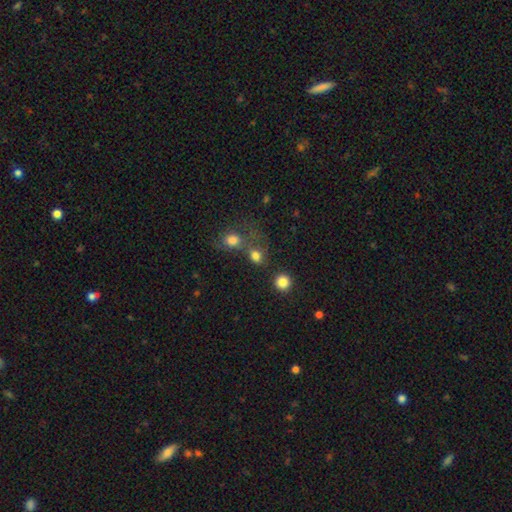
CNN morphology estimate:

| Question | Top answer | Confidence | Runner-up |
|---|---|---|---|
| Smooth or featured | smooth | 79% | star or artifact (13%) |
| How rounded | round | 62% | in between (36%) |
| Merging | none | 49% | merger (32%) |